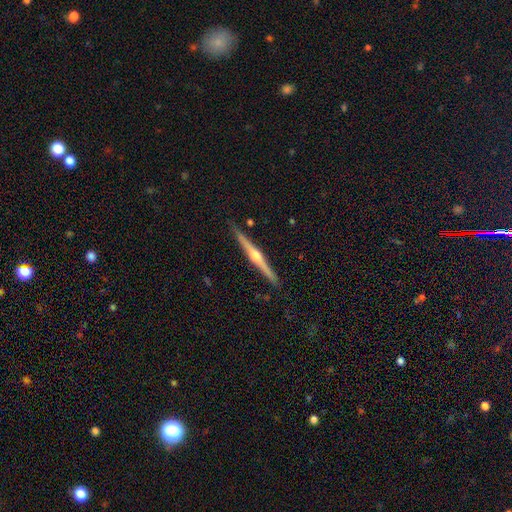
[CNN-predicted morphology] Smooth or featured: featured or disk — 82% (smooth — 13%)
Edge-on disk: yes — 99% (no — 1%)
Edge-on bulge: rounded — 92% (none — 4%)
Merging: none — 91% (minor disturbance — 7%)